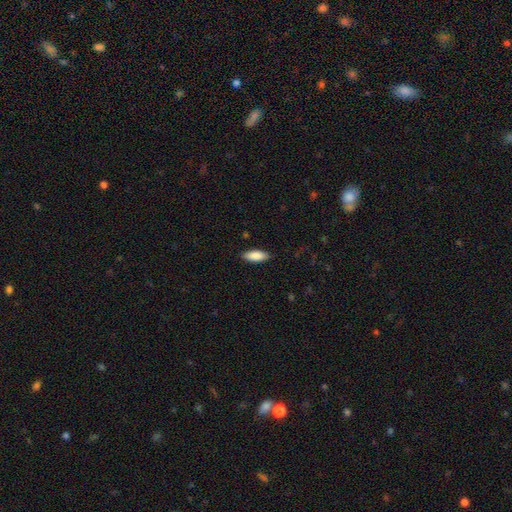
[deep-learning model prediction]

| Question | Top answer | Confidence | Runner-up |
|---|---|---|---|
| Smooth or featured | smooth | 87% | featured or disk (8%) |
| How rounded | in between | 73% | cigar-shaped (25%) |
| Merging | none | 88% | minor disturbance (9%) |